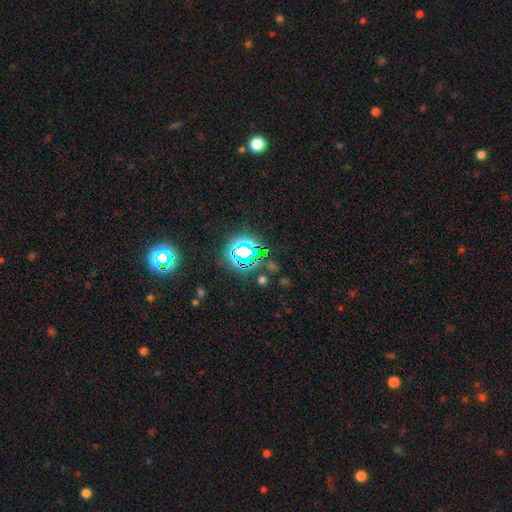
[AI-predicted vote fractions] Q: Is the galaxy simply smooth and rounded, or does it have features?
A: star or artifact — 78%.